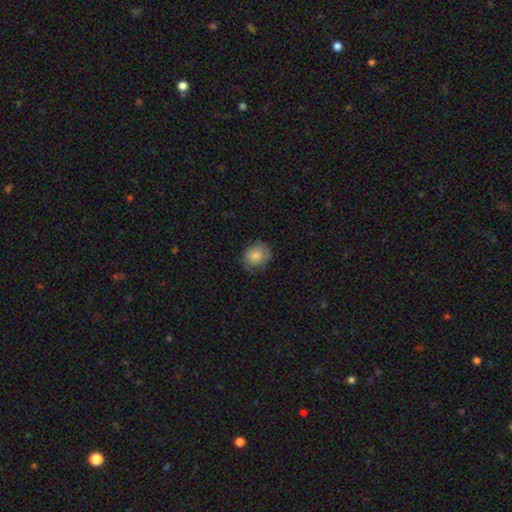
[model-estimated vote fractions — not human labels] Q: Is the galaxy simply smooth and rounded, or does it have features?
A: smooth — 79%.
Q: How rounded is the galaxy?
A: round — 69%.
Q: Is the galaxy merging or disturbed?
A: none — 72%.